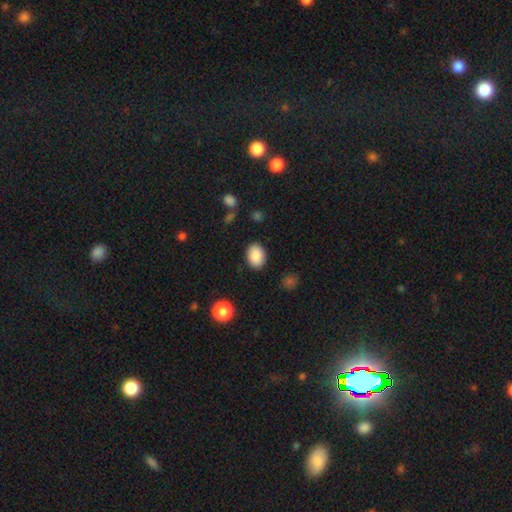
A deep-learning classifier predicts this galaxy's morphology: type=smooth (89%); roundness=in between (77%); merging=none (87%).